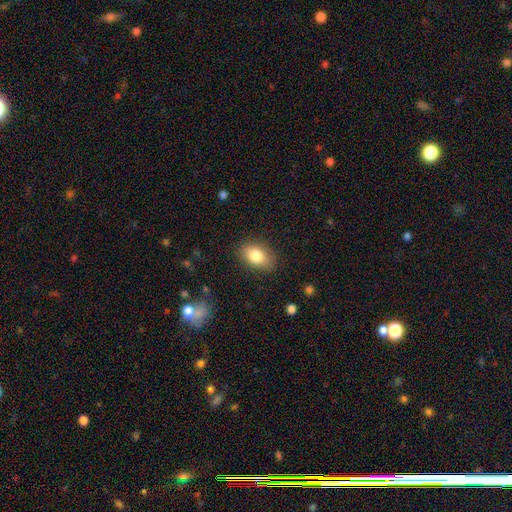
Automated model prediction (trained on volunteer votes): Smooth or featured?
  - smooth: 82% *
  - featured or disk: 10%
  - star or artifact: 8%
How rounded?
  - in between: 84% *
  - round: 14%
  - cigar-shaped: 1%
Merging?
  - none: 84% *
  - minor disturbance: 11%
  - major disturbance: 3%
  - merger: 1%